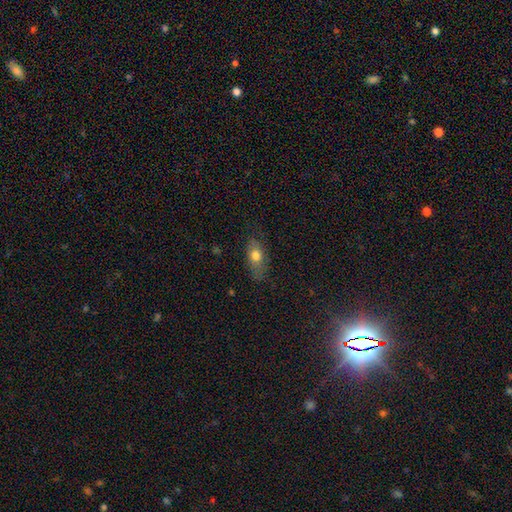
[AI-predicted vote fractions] A smooth galaxy with no disk features (72%) that is in between round and cigar-shaped (80%). Merging: none (73%).